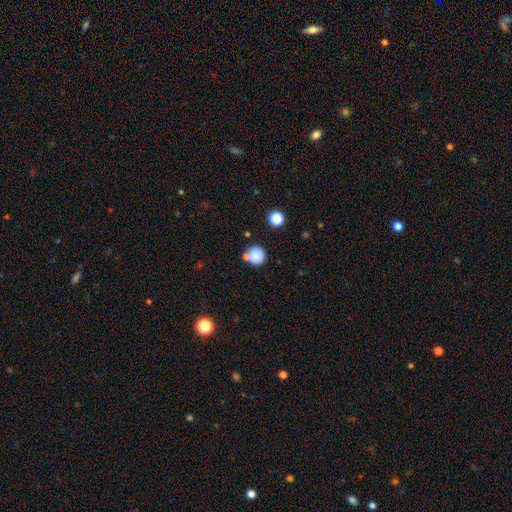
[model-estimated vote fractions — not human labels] Smooth or featured? smooth (83%)
How rounded? round (91%)
Merging? none (64%)